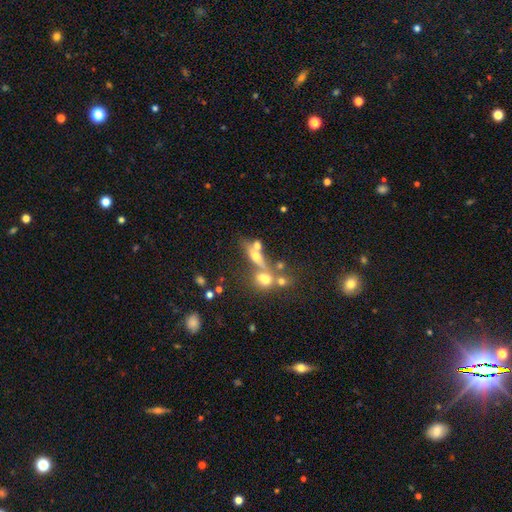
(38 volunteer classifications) This is possibly a featured or disk galaxy (50%). It is possibly viewed edge-on (53%). Edge-on bulge: clearly rounded (100%). Merging: marginally none (43%).